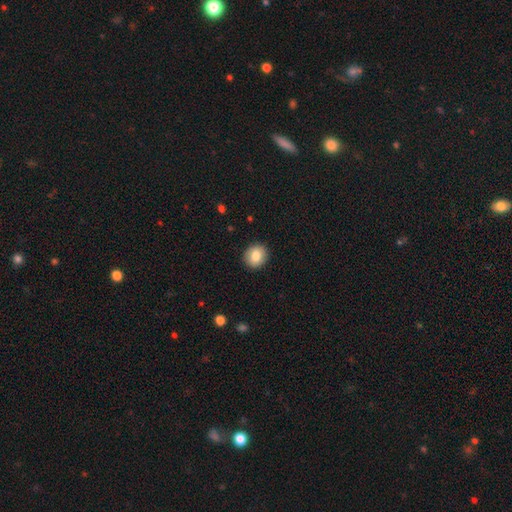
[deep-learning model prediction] The model was most divided on "how rounded": round: 76%, in between: 23%, cigar-shaped: 1%. More confident: merging — none (91%); smooth or featured — smooth (85%).